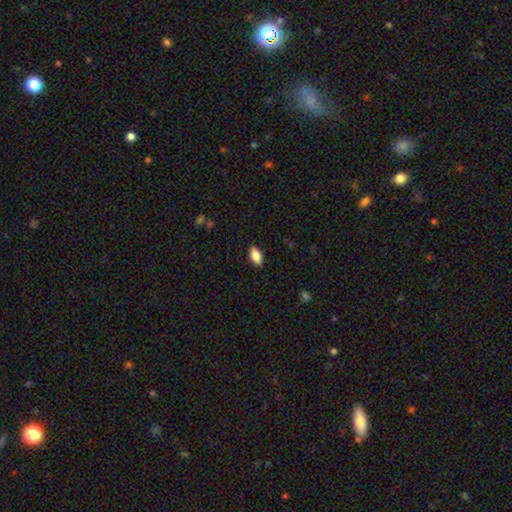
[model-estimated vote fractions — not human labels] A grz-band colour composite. It shows a smooth galaxy with no disk features (85%) that is in between round and cigar-shaped (91%). Merging: none (88%).